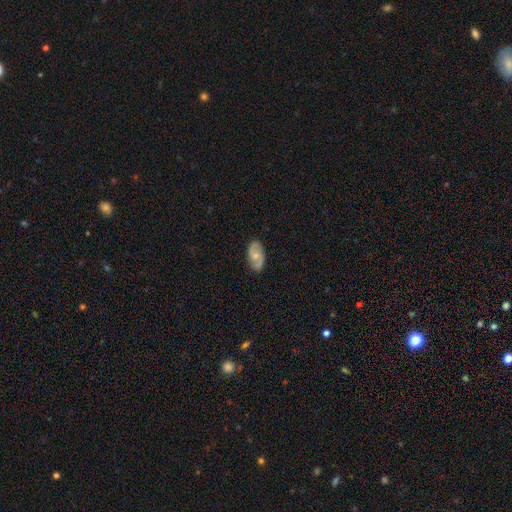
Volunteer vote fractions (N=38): Smooth or featured? featured or disk (76%)
Edge-on disk? no (100%)
Bar? no (72%)
Spiral arms? yes (100%)
Spiral winding? loose (45%)
Spiral arm count? 2 (93%)
Bulge size? small (66%)
Merging? none (92%)